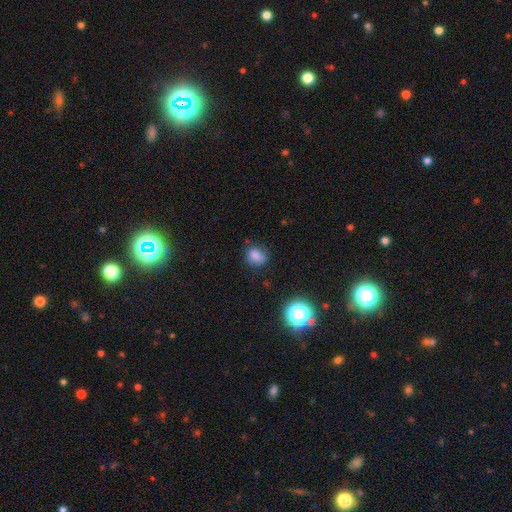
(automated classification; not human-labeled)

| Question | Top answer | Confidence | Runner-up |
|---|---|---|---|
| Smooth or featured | smooth | 76% | star or artifact (15%) |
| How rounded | round | 60% | in between (39%) |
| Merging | none | 67% | minor disturbance (23%) |